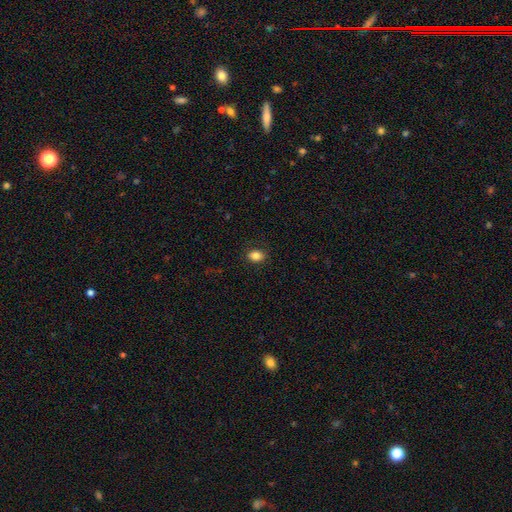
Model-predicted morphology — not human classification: Smooth or featured? Predicted: smooth (p=0.86). How rounded? Predicted: in between (p=0.74). Merging? Predicted: none (p=0.87).